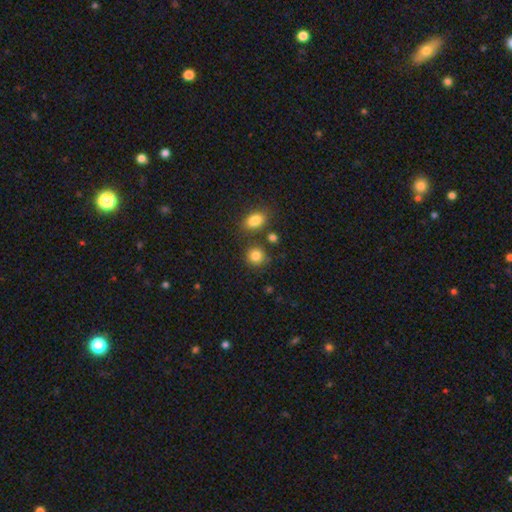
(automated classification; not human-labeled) smooth-or-featured: smooth: 84% | star or artifact: 10% | featured or disk: 6%
  how-rounded: round: 83% | in between: 16% | cigar-shaped: 1%
  merging: none: 75% | minor disturbance: 12% | merger: 10% | major disturbance: 4%